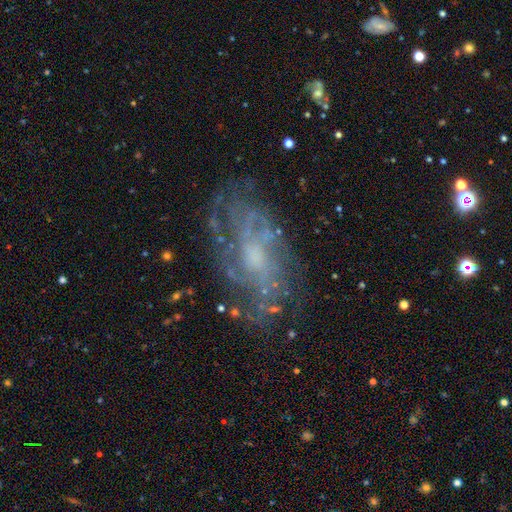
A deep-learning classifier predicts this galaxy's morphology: featured or disk 76%, smooth 13%, star or artifact 10%. Down the decision tree: edge-on disk — no (94%); bar — no (70%); spiral arms — yes (78%); spiral arm count — can't tell (56%); spiral winding — tight (49%); bulge size — small (40%); merging — none (71%).